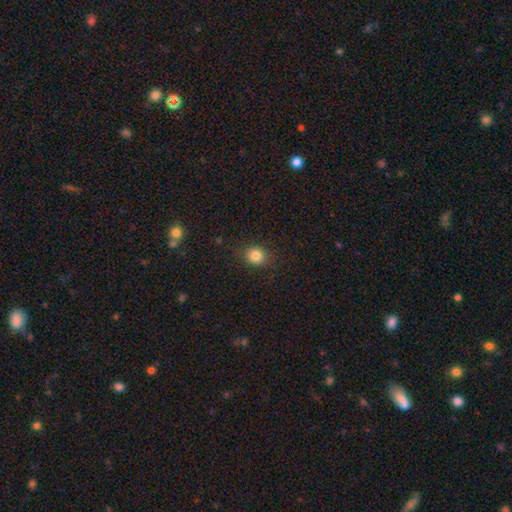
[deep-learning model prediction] Smooth or featured? Predicted: smooth (p=0.82). How rounded? Predicted: round (p=0.78). Merging? Predicted: none (p=0.87).